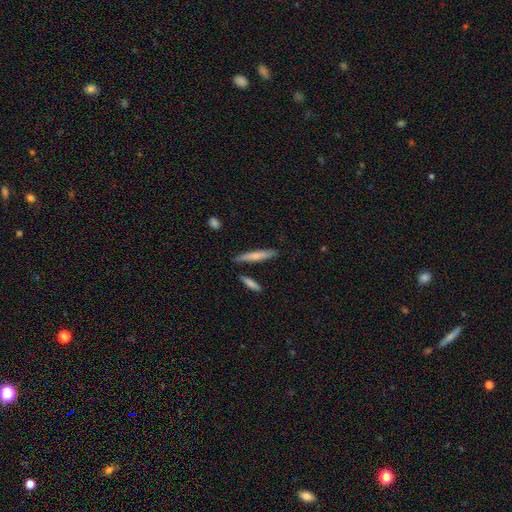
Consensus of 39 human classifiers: Morphology: type=smooth (85%); roundness=cigar-shaped (97%); merging=none (82%).